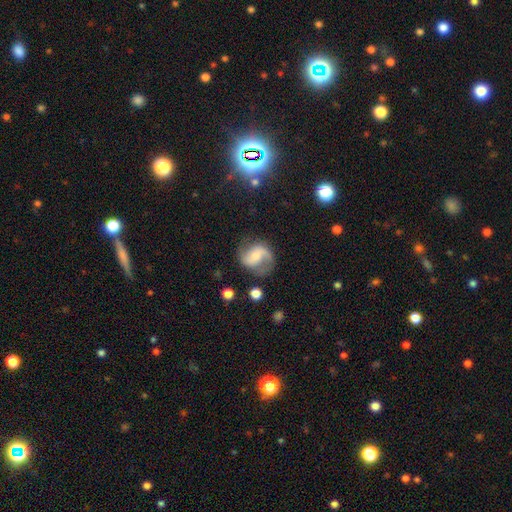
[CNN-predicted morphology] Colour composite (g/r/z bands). It shows a featured or disk galaxy (75%) with no bar (42%), 2 (79%) loose (46%) spiral arms (93%) and a small central bulge (45%). Merging: none (65%).